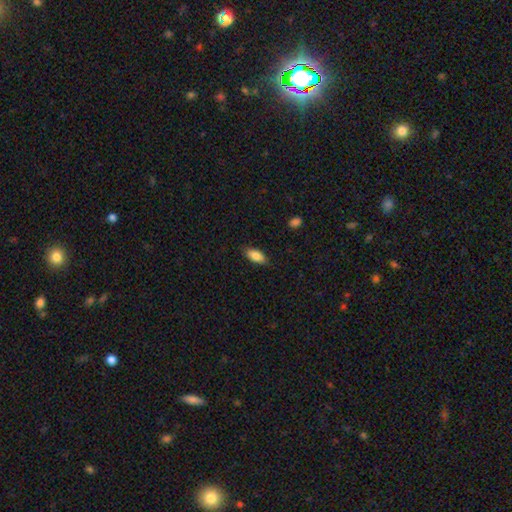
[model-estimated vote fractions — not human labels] Smooth or featured? smooth (85%)
How rounded? in between (86%)
Merging? none (85%)